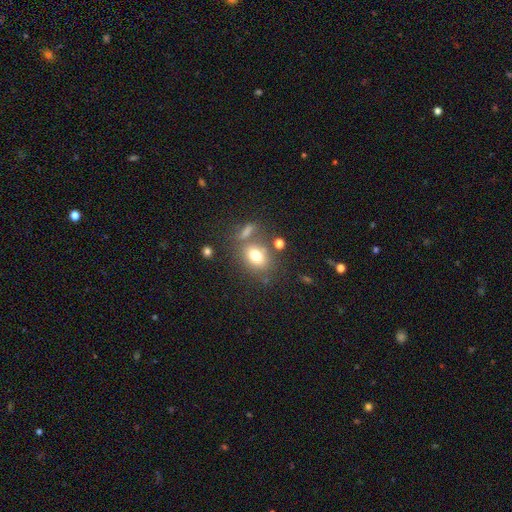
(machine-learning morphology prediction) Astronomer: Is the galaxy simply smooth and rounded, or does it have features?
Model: smooth — 74%.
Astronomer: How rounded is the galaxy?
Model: in between — 67%.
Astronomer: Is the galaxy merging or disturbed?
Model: none — 62%.